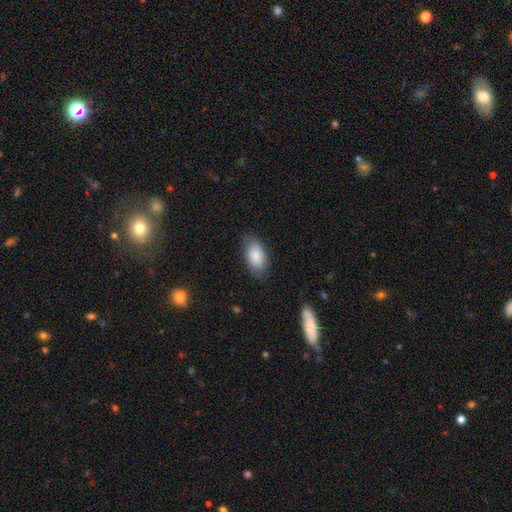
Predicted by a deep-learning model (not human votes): Morphology: type=smooth (84%); roundness=in between (94%); merging=none (77%).